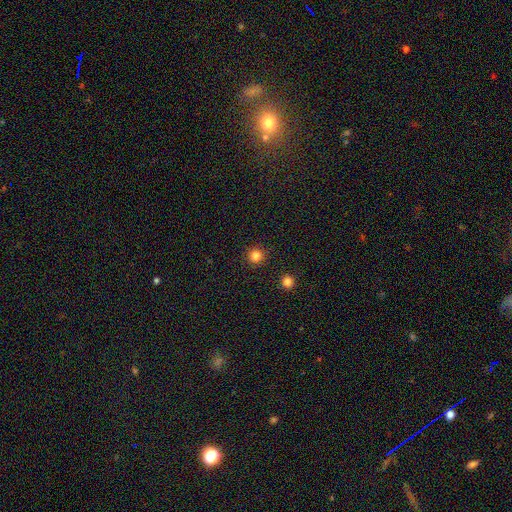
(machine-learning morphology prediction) smooth-or-featured: smooth: 83% | star or artifact: 13% | featured or disk: 4%
  how-rounded: round: 95% | in between: 4% | cigar-shaped: 1%
  merging: none: 92% | minor disturbance: 5% | major disturbance: 2% | merger: 1%